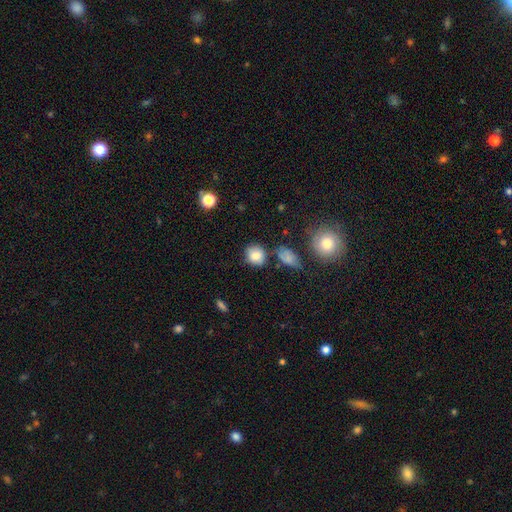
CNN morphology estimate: A smooth galaxy with no disk features (83%) that is round (70%).

Vote fractions:
- Smooth or featured? smooth: 83% / star or artifact: 9% / featured or disk: 8%
- How rounded? round: 70% / in between: 28% / cigar-shaped: 2%
- Merging? none: 71% / minor disturbance: 17% / merger: 7% / major disturbance: 5%